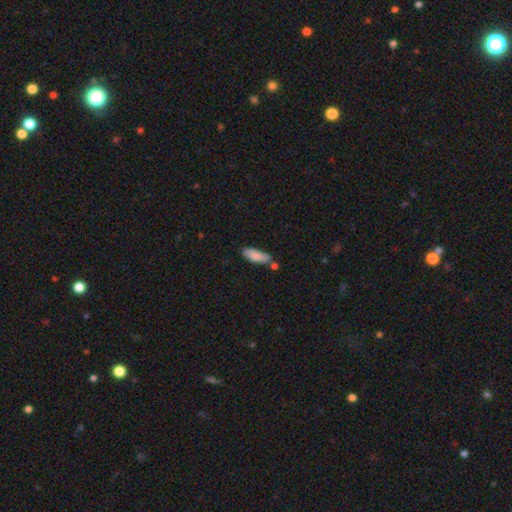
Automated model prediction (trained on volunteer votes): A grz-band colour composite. It shows a smooth galaxy with no disk features (84%) that is in between round and cigar-shaped (61%). Merging: none (60%).